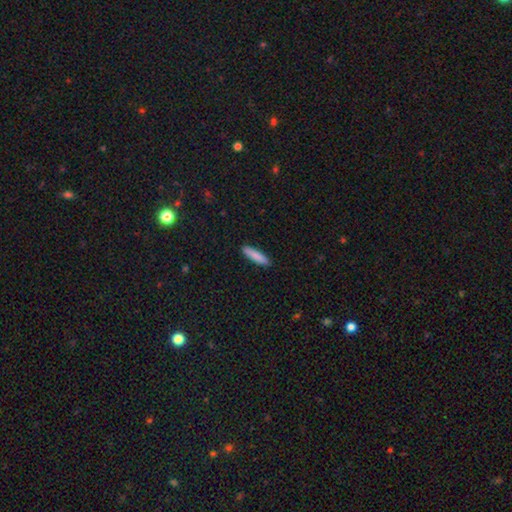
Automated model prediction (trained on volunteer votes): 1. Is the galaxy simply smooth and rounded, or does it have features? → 87% smooth, 7% featured or disk, 6% star or artifact.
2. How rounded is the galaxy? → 83% cigar-shaped, 16% in between, 1% round.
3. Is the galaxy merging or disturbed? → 91% none, 7% minor disturbance, 1% major disturbance, 1% merger.